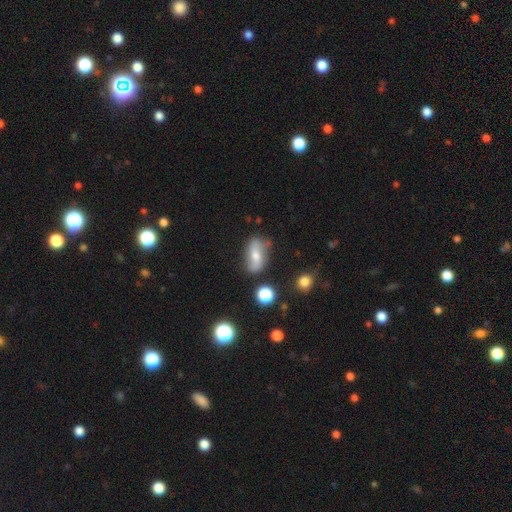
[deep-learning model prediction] Smooth or featured? Predicted: featured or disk (p=0.47). Merging? Predicted: none (p=0.67).